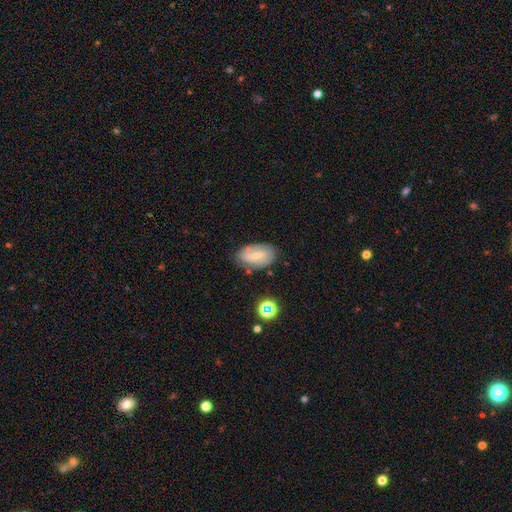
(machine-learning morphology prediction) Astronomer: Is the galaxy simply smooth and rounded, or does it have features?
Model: featured or disk — 54% (runner-up: smooth, 36%).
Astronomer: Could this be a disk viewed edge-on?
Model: no — 94%.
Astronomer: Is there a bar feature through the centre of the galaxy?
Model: weak — 49% (runner-up: no, 32%).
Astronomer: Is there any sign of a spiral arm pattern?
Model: yes — 73%.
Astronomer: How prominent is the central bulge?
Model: small — 64%.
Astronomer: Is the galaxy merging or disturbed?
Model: none — 73%.